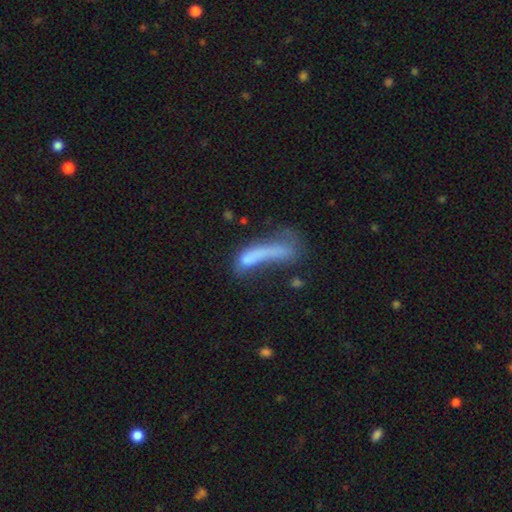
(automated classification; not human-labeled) A smooth galaxy with no disk features (59%) that is cigar-shaped (69%).

Vote fractions:
- Smooth or featured? smooth: 59% / featured or disk: 29% / star or artifact: 11%
- How rounded? cigar-shaped: 69% / in between: 27% / round: 4%
- Merging? major disturbance: 42% / none: 21% / merger: 20% / minor disturbance: 16%